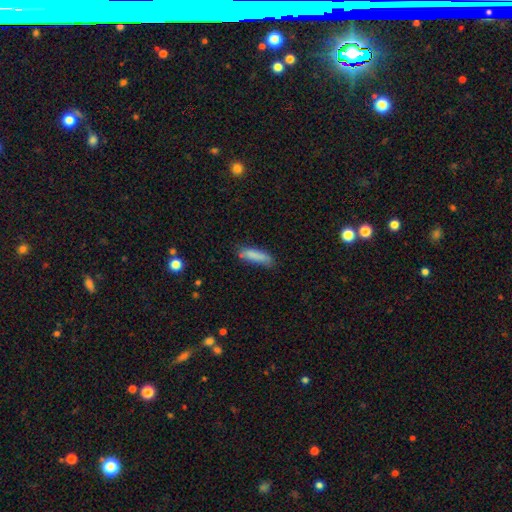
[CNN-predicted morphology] smooth_or_featured: smooth (p=0.84) [alt: featured or disk p=0.09]
how_rounded: cigar-shaped (p=0.66) [alt: in between p=0.32]
merging: none (p=0.68) [alt: minor disturbance p=0.24]